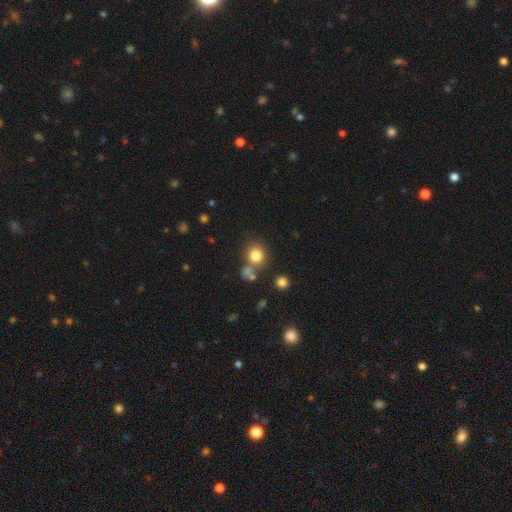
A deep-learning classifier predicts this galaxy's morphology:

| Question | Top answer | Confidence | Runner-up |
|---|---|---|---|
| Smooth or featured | smooth | 80% | star or artifact (13%) |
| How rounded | round | 84% | in between (15%) |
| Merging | none | 67% | merger (18%) |